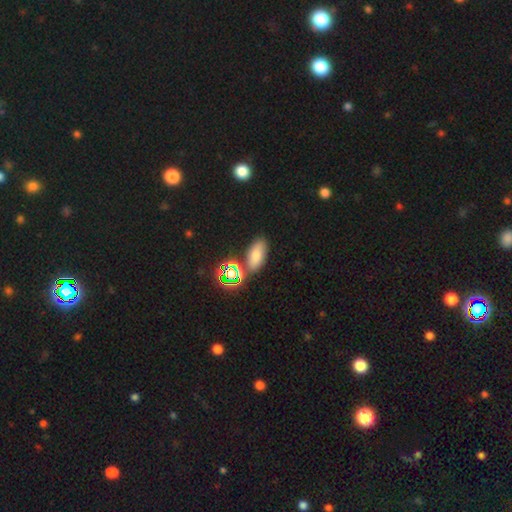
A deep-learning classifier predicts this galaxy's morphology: smooth_or_featured: smooth (p=0.69) [alt: star or artifact p=0.21]
how_rounded: in between (p=0.85) [alt: round p=0.09]
merging: none (p=0.74) [alt: minor disturbance p=0.13]